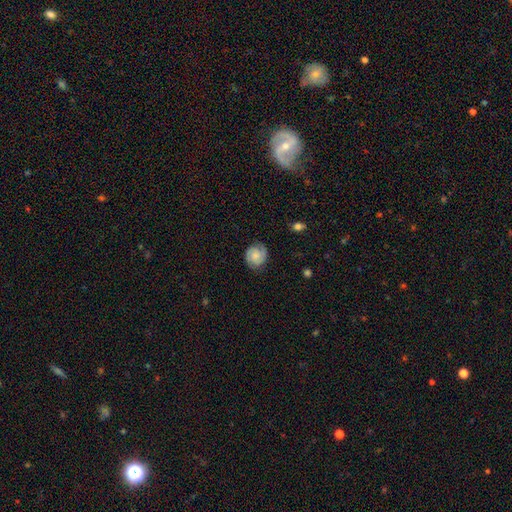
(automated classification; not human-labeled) Q: Smooth or featured?
A: featured or disk (67%); runner-up: smooth (26%)
Q: Edge-on disk?
A: no (98%); runner-up: yes (2%)
Q: Bar?
A: no (70%); runner-up: weak (26%)
Q: Spiral arms?
A: yes (95%); runner-up: no (5%)
Q: Spiral winding?
A: tight (60%); runner-up: medium (33%)
Q: Spiral arm count?
A: 2 (85%); runner-up: can't tell (7%)
Q: Bulge size?
A: small (45%); runner-up: moderate (39%)
Q: Merging?
A: none (81%); runner-up: minor disturbance (14%)